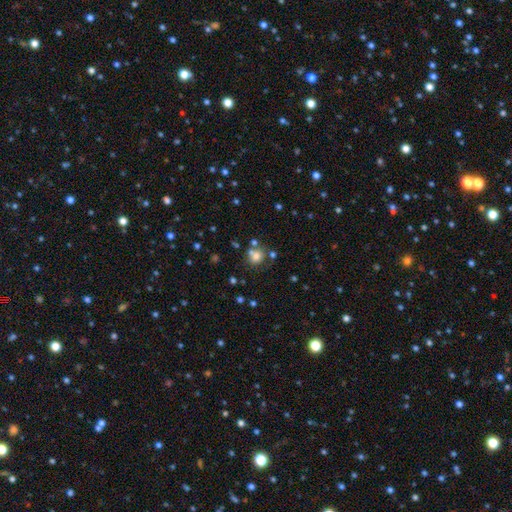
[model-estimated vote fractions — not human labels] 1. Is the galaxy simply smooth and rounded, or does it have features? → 71% smooth, 18% star or artifact, 11% featured or disk.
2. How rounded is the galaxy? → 75% round, 24% in between, 1% cigar-shaped.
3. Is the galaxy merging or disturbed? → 57% none, 21% merger, 14% minor disturbance, 8% major disturbance.